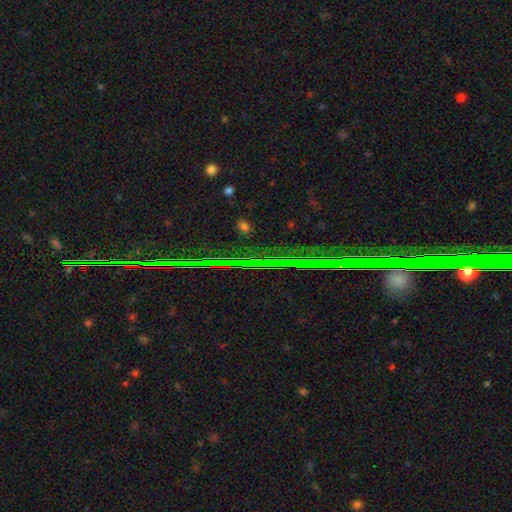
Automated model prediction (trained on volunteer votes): Q: Smooth or featured?
A: star or artifact (83%); runner-up: featured or disk (10%)